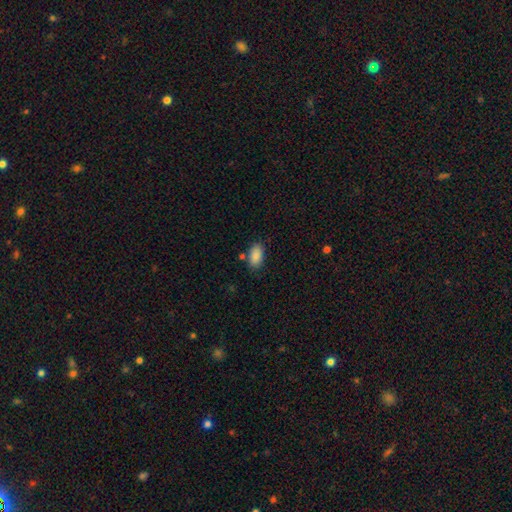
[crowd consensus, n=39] This is clearly a smooth galaxy (90%). How rounded: clearly in between (94%). Merging: clearly none (83%).